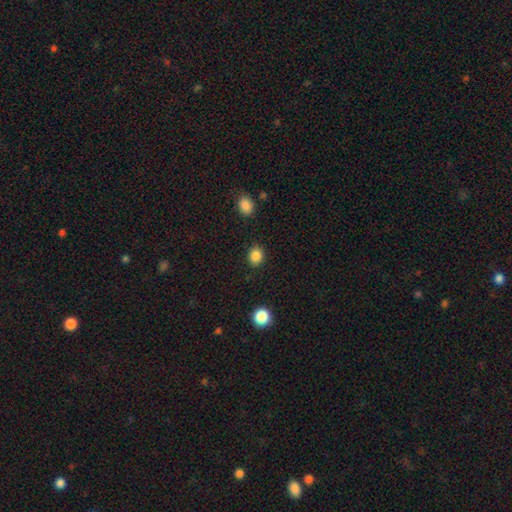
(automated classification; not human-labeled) Smooth or featured? smooth (86%)
How rounded? round (64%)
Merging? none (87%)